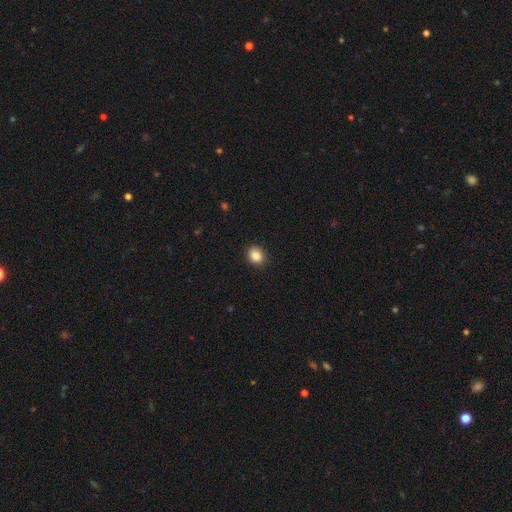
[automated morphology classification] This appears to be a smooth galaxy with no disk features (88%) that is round (52%). Merging: none (89%).